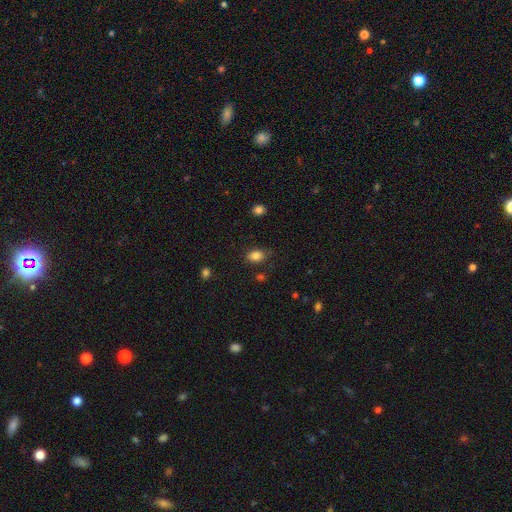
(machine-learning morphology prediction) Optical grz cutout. It shows a smooth galaxy with no disk features (84%) that is in between round and cigar-shaped (75%). Merging: none (75%).